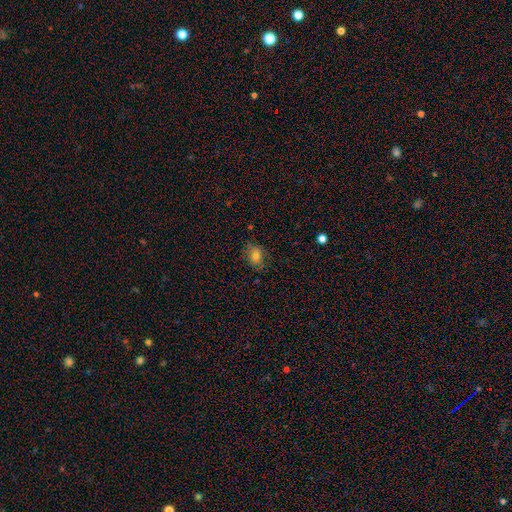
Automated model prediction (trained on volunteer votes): Smooth or featured? smooth (76%)
How rounded? in between (56%)
Merging? none (78%)